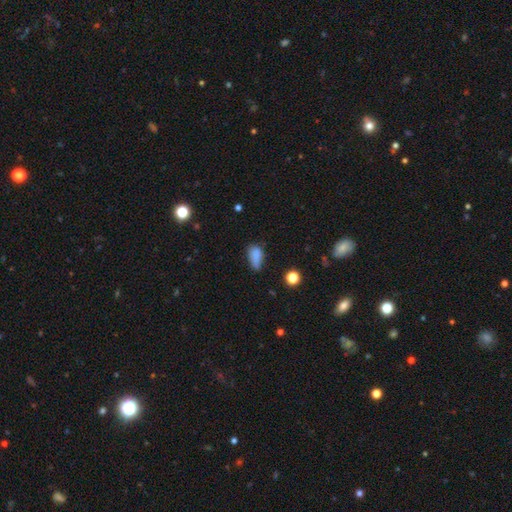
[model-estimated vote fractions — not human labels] A smooth galaxy with no disk features (80%) that is in between round and cigar-shaped (83%). Merging: none (43%).